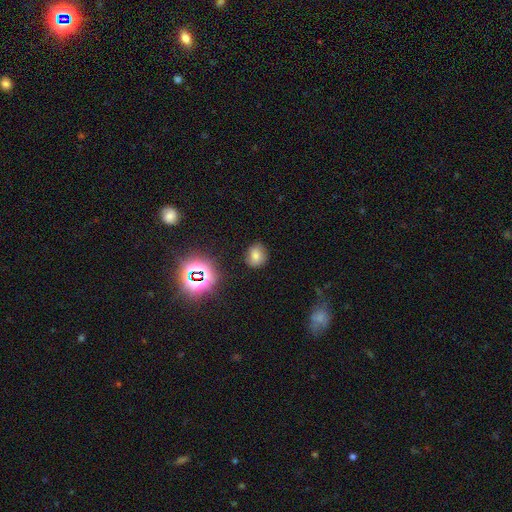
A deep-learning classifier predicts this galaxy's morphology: Smooth or featured? smooth (67%)
How rounded? round (65%)
Merging? none (82%)